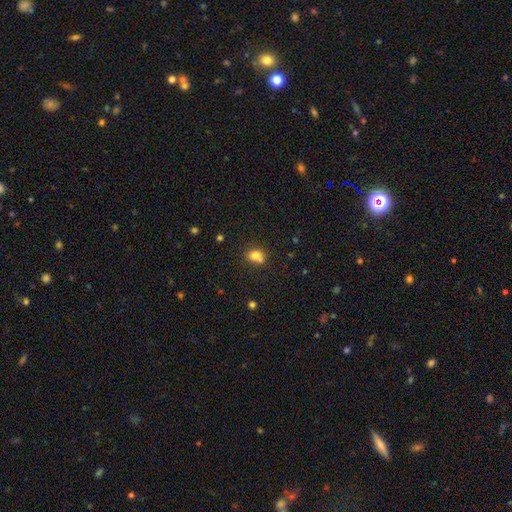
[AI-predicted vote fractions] Smooth or featured: smooth — 76% (star or artifact — 12%)
How rounded: round — 51% (in between — 48%)
Merging: none — 50% (merger — 29%)